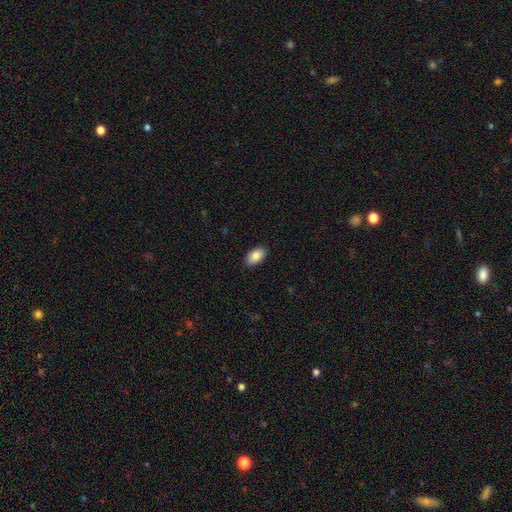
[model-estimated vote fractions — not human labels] smooth-or-featured: smooth: 86% | featured or disk: 8% | star or artifact: 7%
  how-rounded: in between: 94% | round: 5% | cigar-shaped: 2%
  merging: none: 89% | minor disturbance: 9% | major disturbance: 2% | merger: 1%